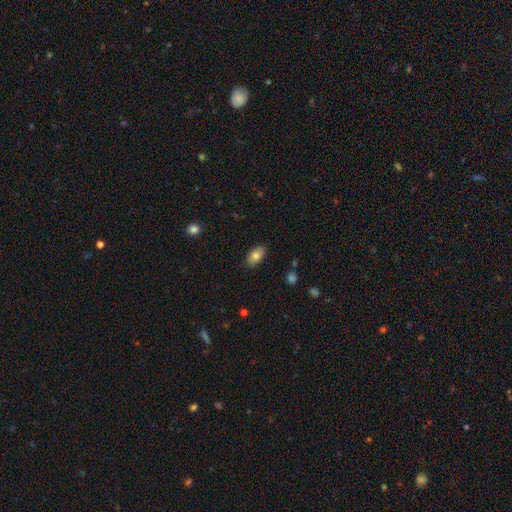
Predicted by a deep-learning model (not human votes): This is likely a smooth galaxy (78%). How rounded: clearly in between (92%). Merging: clearly none (87%).